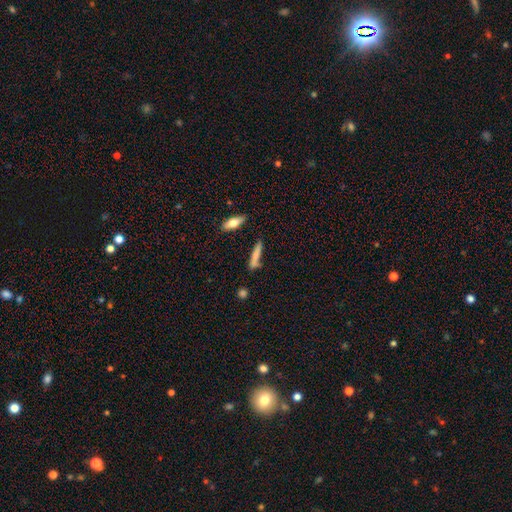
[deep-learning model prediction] Smooth or featured? Predicted: smooth (p=0.73). How rounded? Predicted: cigar-shaped (p=0.86). Merging? Predicted: none (p=0.67).